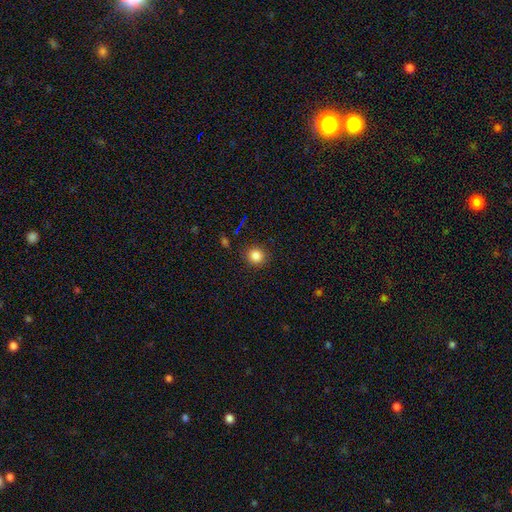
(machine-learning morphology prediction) The model was most divided on "smooth or featured": smooth: 84%, star or artifact: 12%, featured or disk: 5%. More confident: merging — none (89%); how rounded — round (87%).